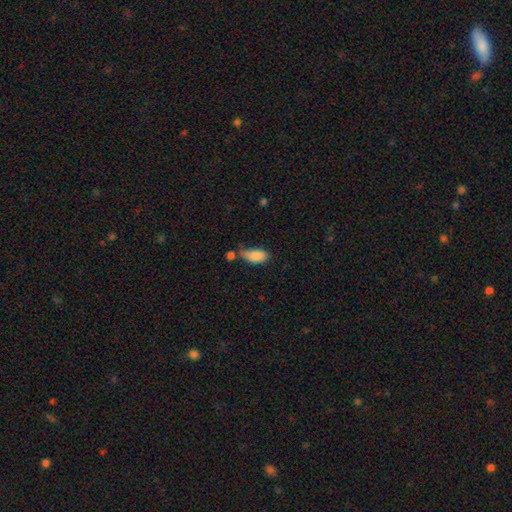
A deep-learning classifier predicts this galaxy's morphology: Smooth or featured: smooth — 86% (star or artifact — 8%)
How rounded: in between — 91% (cigar-shaped — 6%)
Merging: none — 40% (minor disturbance — 31%)